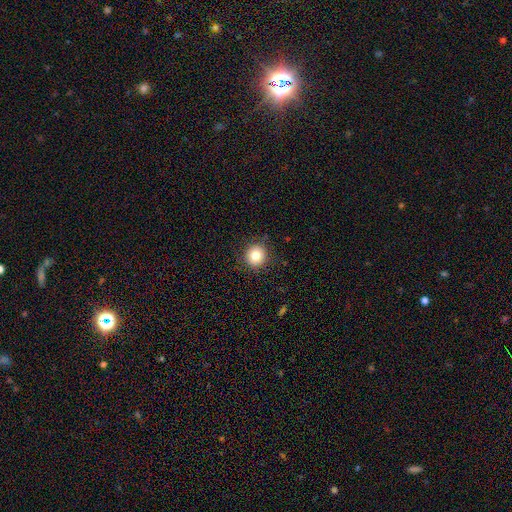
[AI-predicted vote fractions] The model was most divided on "smooth or featured": smooth: 81%, star or artifact: 11%, featured or disk: 8%. More confident: how rounded — round (91%); merging — none (89%).